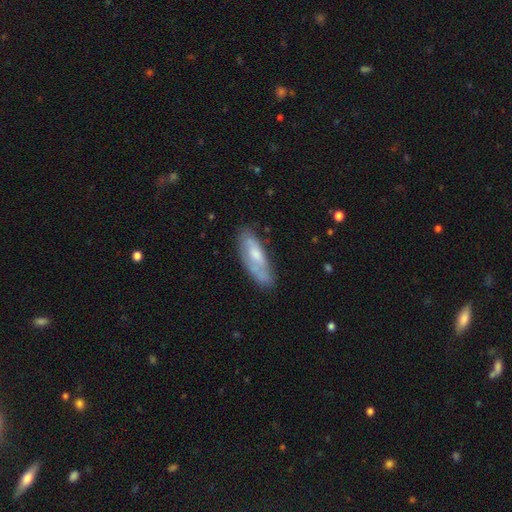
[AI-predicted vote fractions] smooth_or_featured: smooth (p=0.52) [alt: featured or disk p=0.42]
how_rounded: in between (p=0.56) [alt: cigar-shaped p=0.42]
merging: none (p=0.59) [alt: minor disturbance p=0.27]